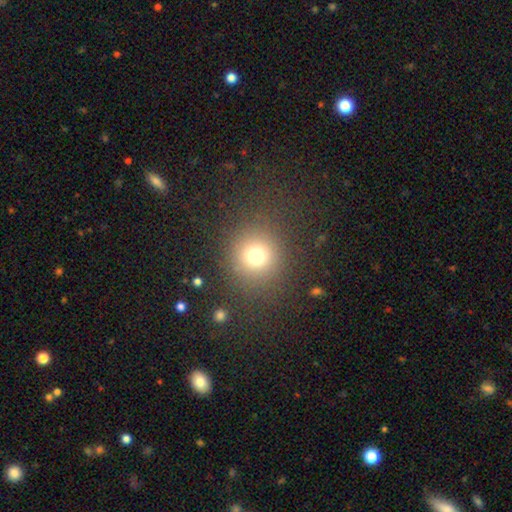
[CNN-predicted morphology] Overall: smooth (74%). How rounded: round (89%). Merging: none (84%).